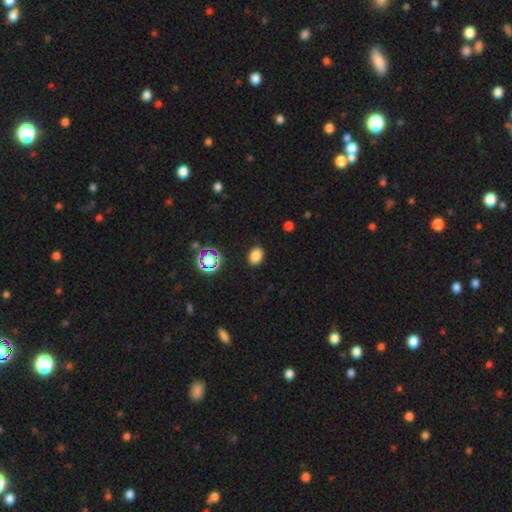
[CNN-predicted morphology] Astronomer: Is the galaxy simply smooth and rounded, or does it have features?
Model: smooth — 80%.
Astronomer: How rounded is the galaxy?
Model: in between — 65%.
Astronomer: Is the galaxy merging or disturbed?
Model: none — 88%.